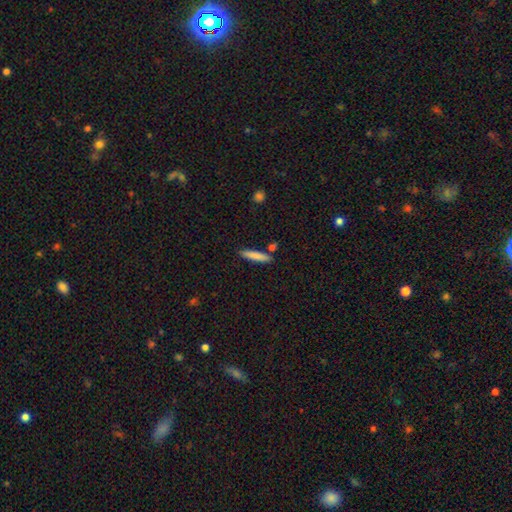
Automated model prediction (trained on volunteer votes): Morphology: type=smooth (80%); roundness=cigar-shaped (89%); merging=none (84%).